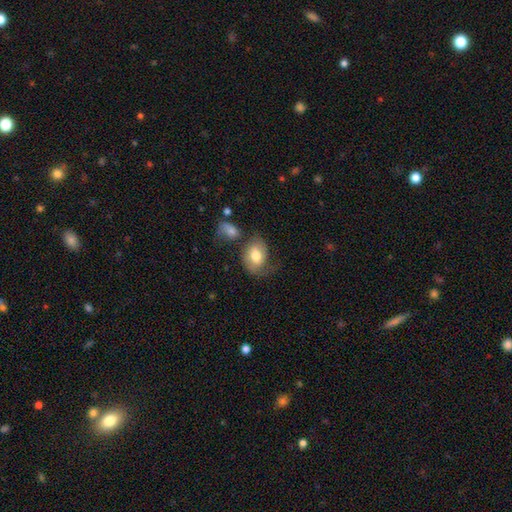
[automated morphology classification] Smooth or featured? Predicted: smooth (p=0.62). How rounded? Predicted: in between (p=0.73). Merging? Predicted: none (p=0.42).